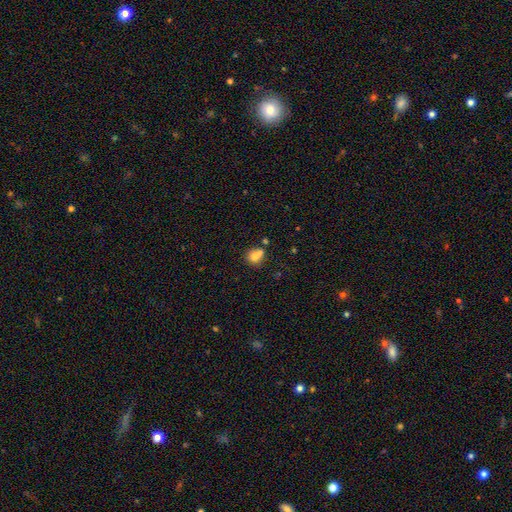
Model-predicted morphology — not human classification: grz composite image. It shows a smooth galaxy with no disk features (76%) that is round (53%). Merging: none (42%).